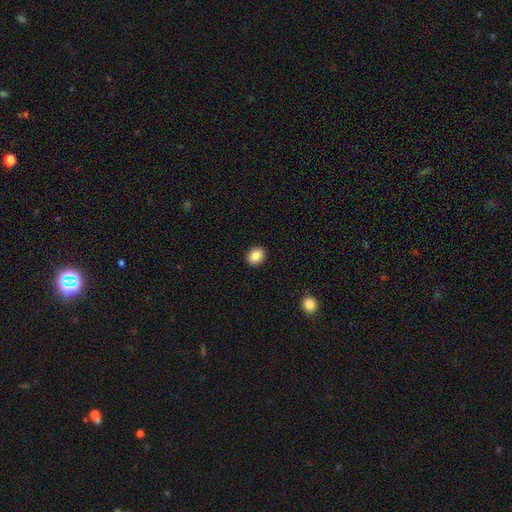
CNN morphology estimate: smooth 88%, star or artifact 8%, featured or disk 4%. Down the decision tree: how rounded — round (53%); merging — none (91%).